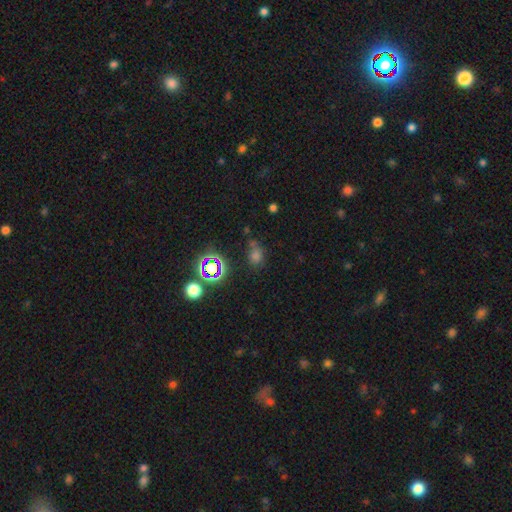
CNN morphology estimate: smooth-or-featured: smooth: 59% | star or artifact: 33% | featured or disk: 8%
  how-rounded: round: 57% | in between: 41% | cigar-shaped: 2%
  merging: none: 63% | minor disturbance: 18% | merger: 12% | major disturbance: 7%